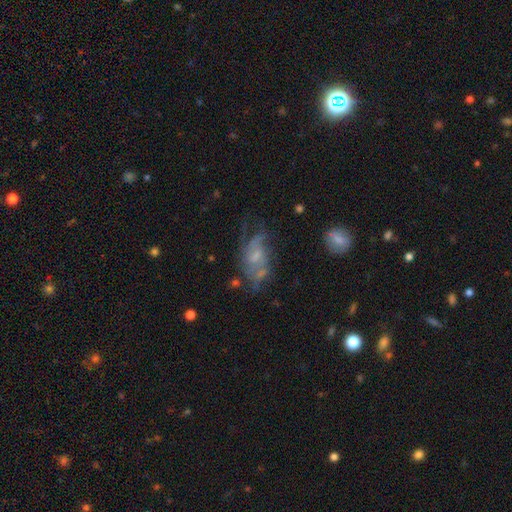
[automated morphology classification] smooth-or-featured: featured or disk: 64% | smooth: 25% | star or artifact: 11%
  disk-edge-on: no: 95% | yes: 5%
    bar: no: 55% | weak: 38% | strong: 7%
    has-spiral-arms: yes: 67% | no: 33%
    bulge-size: small: 47% | moderate: 30% | none: 19% | large: 3% | dominant: 1%
  merging: none: 41% | major disturbance: 28% | minor disturbance: 23% | merger: 8%